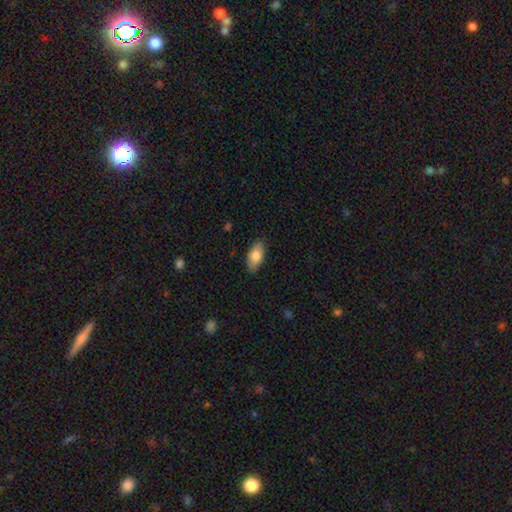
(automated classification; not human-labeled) Smooth or featured? smooth (80%)
How rounded? in between (90%)
Merging? none (84%)